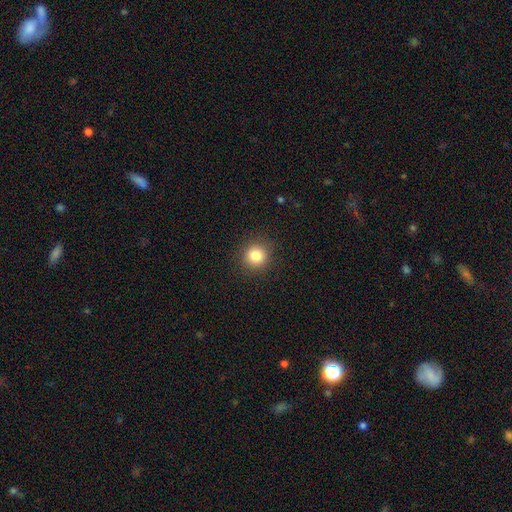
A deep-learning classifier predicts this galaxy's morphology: smooth 83%, star or artifact 12%, featured or disk 6%. Down the decision tree: how rounded — round (92%); merging — none (91%).